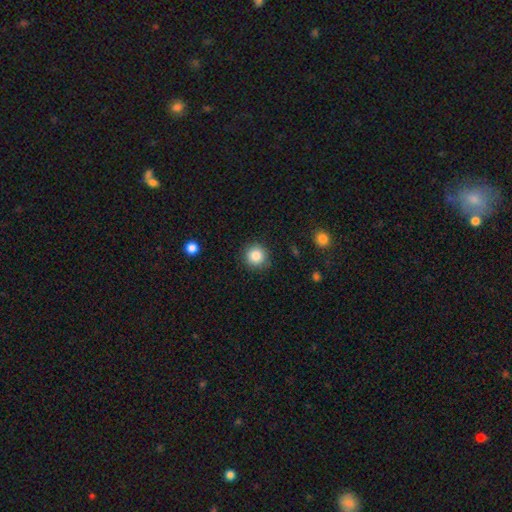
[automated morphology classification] Smooth or featured? smooth (85%)
How rounded? round (94%)
Merging? none (89%)